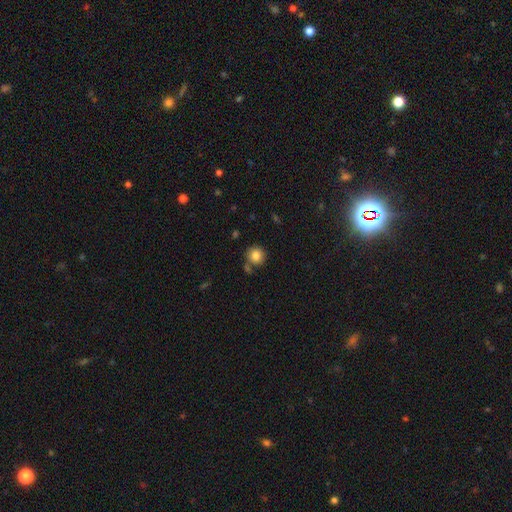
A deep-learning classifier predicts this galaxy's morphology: type=smooth (83%); roundness=round (92%); merging=none (76%).